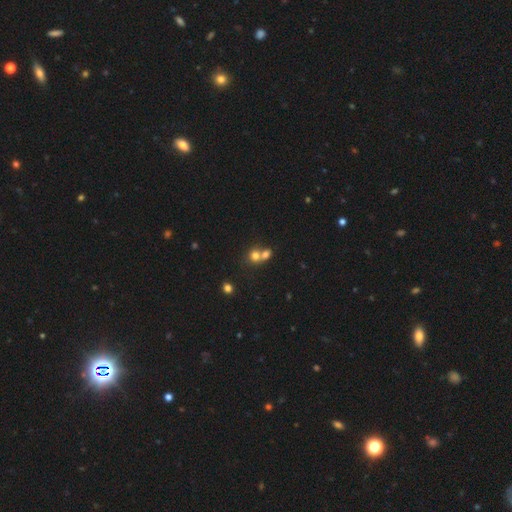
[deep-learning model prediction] Q: Smooth or featured?
A: smooth (74%); runner-up: star or artifact (14%)
Q: How rounded?
A: round (77%); runner-up: in between (21%)
Q: Merging?
A: merger (59%); runner-up: none (33%)